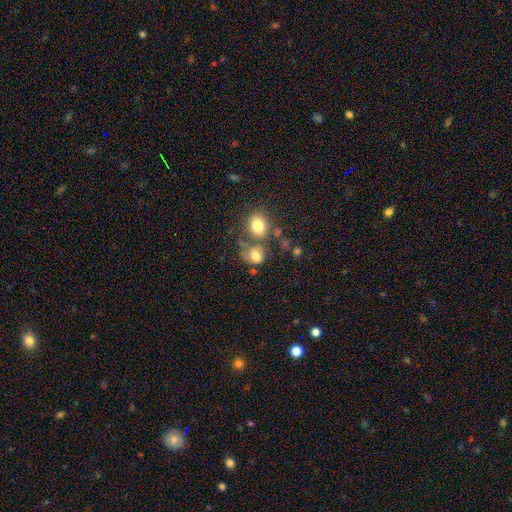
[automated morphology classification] type=smooth (73%); roundness=round (55%); merging=merger (37%).